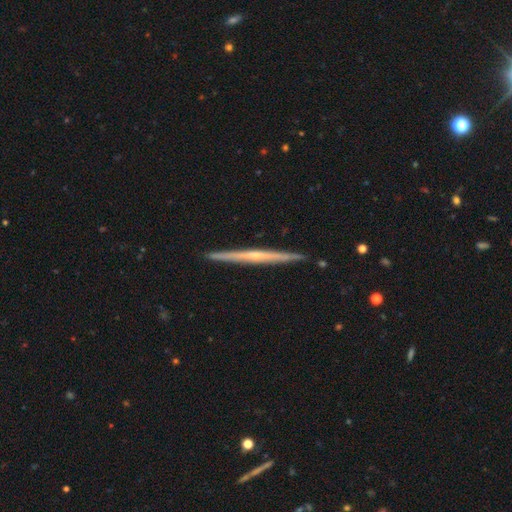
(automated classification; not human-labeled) Morphology: type=featured or disk (77%); edge-on=yes (98%); edge-on bulge=rounded (50%); merging=none (92%).